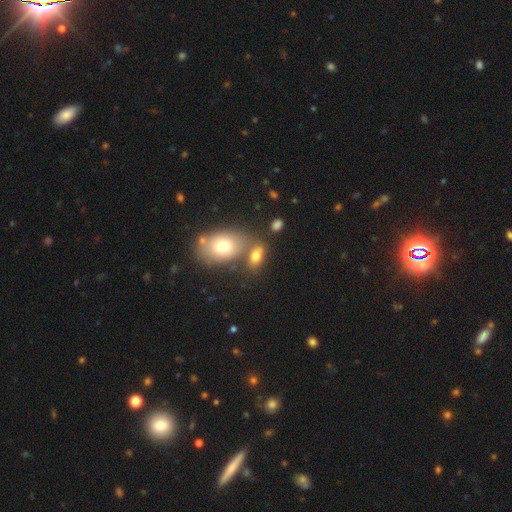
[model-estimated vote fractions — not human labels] Morphology: type=smooth (73%); roundness=in between (84%); merging=none (51%).